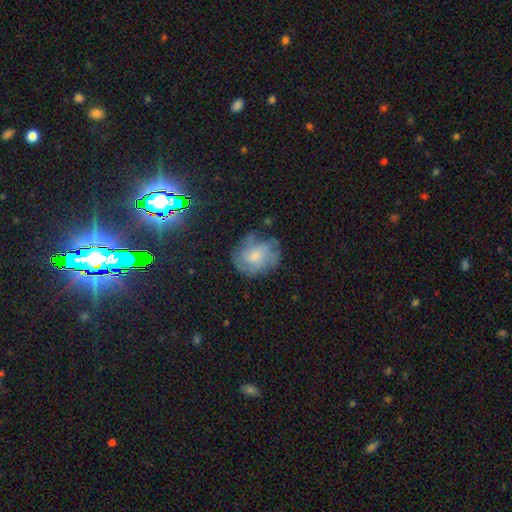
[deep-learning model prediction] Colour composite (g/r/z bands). It shows a featured or disk galaxy (53%) with no bar (74%), spiral arms (77%) and a small central bulge (44%). Merging: none (61%).